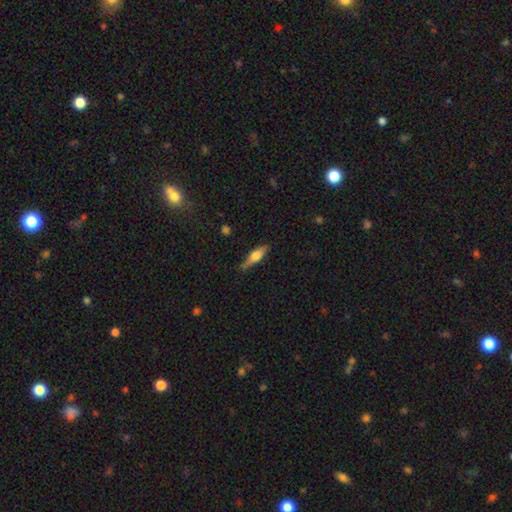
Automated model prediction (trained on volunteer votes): Q: Smooth or featured?
A: smooth (48%); runner-up: featured or disk (46%)
Q: Merging?
A: none (79%); runner-up: minor disturbance (16%)